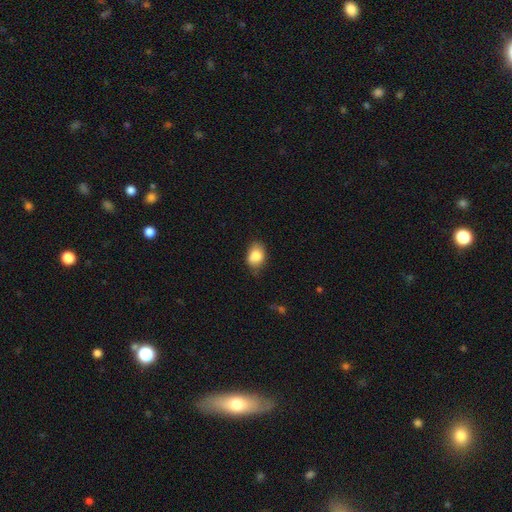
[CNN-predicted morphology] smooth 84%, star or artifact 8%, featured or disk 8%. Down the decision tree: how rounded — in between (73%); merging — none (67%).